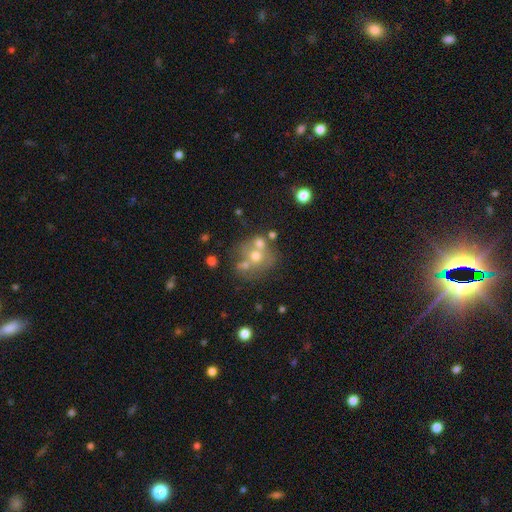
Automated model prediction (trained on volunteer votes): smooth 52%, featured or disk 33%, star or artifact 15%. Down the decision tree: how rounded — round (78%); merging — none (42%).